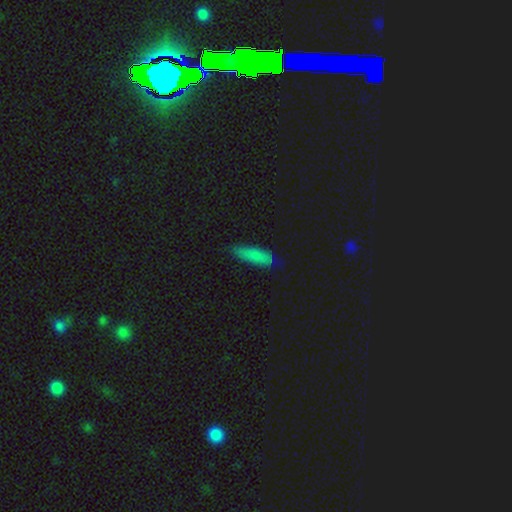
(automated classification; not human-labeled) Smooth or featured?
  - smooth: 82% *
  - star or artifact: 10%
  - featured or disk: 7%
How rounded?
  - cigar-shaped: 58% *
  - in between: 39%
  - round: 2%
Merging?
  - none: 66% *
  - minor disturbance: 27%
  - major disturbance: 5%
  - merger: 2%